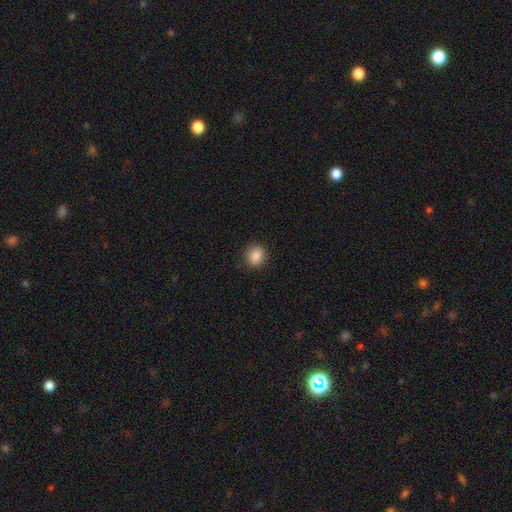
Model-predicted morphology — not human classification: The model was most divided on "how rounded": round: 79%, in between: 20%, cigar-shaped: 1%. More confident: merging — none (87%); smooth or featured — smooth (85%).